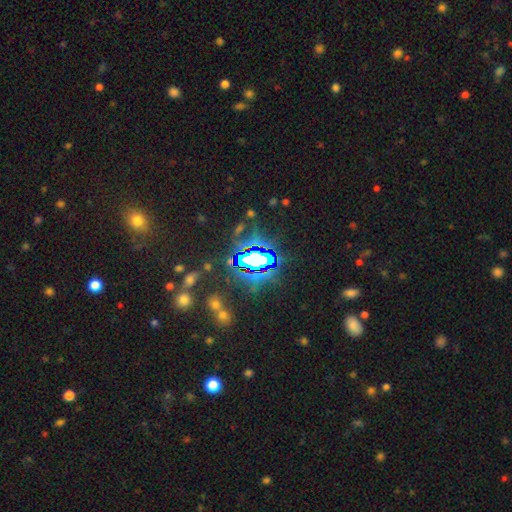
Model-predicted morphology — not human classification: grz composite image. It shows a star or artifact, not a galaxy (75%).